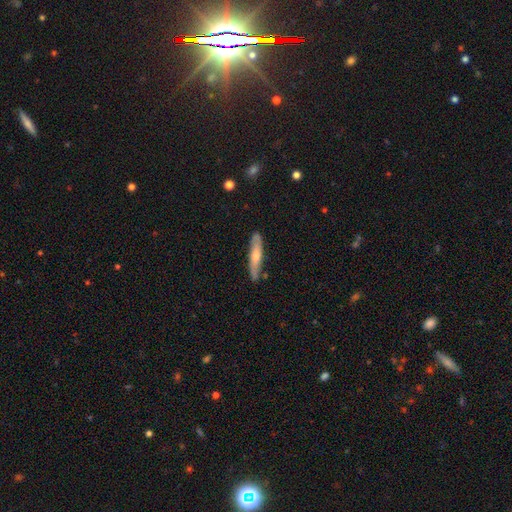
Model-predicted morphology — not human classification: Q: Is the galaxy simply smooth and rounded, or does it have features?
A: featured or disk — 48%.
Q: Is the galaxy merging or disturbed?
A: none — 82%.